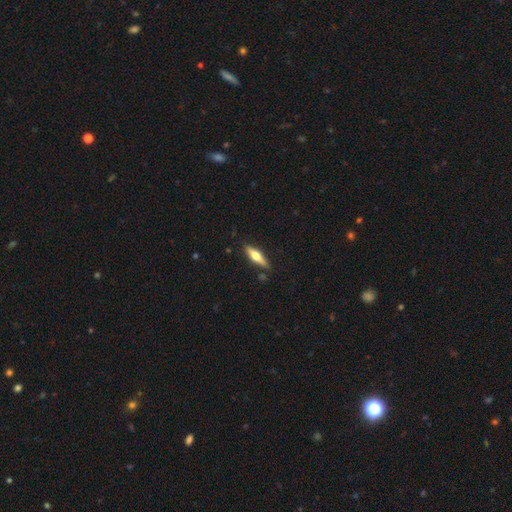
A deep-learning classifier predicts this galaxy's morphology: Q: Smooth or featured?
A: featured or disk (52%); runner-up: smooth (42%)
Q: Edge-on disk?
A: yes (93%); runner-up: no (7%)
Q: Merging?
A: none (85%); runner-up: minor disturbance (11%)